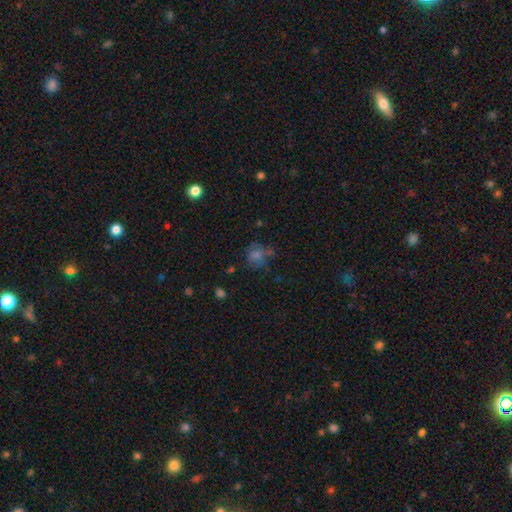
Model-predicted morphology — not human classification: Overall: smooth (53%; star or artifact 26%). How rounded: round (76%). Merging: none (59%; minor disturbance 21%).